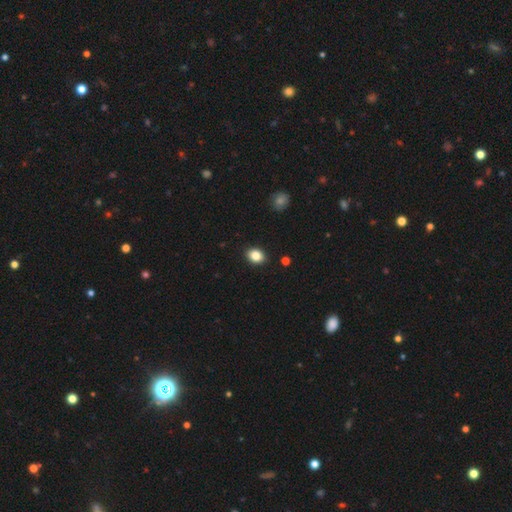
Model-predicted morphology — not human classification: Smooth or featured?
  - smooth: 85% *
  - star or artifact: 9%
  - featured or disk: 5%
How rounded?
  - in between: 62% *
  - round: 37%
  - cigar-shaped: 1%
Merging?
  - none: 90% *
  - minor disturbance: 7%
  - major disturbance: 2%
  - merger: 1%